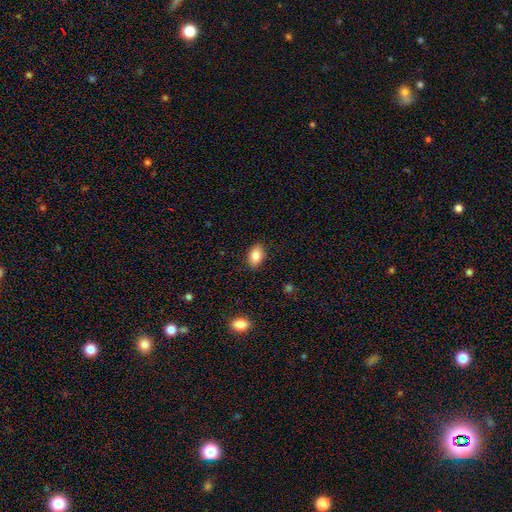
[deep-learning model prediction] This is clearly a smooth galaxy (85%). How rounded: clearly in between (87%). Merging: clearly none (87%).